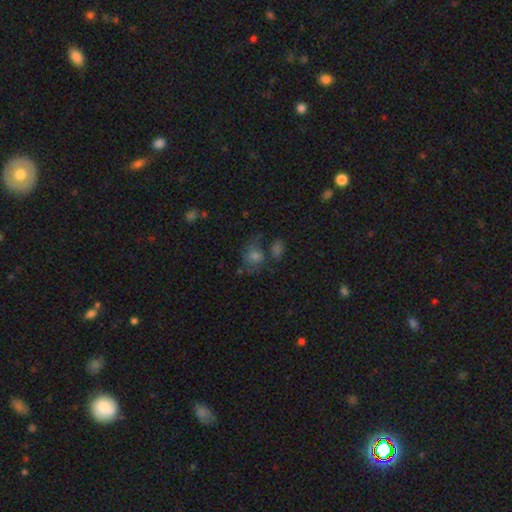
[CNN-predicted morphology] Smooth or featured? Predicted: smooth (p=0.53). How rounded? Predicted: round (p=0.57). Merging? Predicted: none (p=0.50).